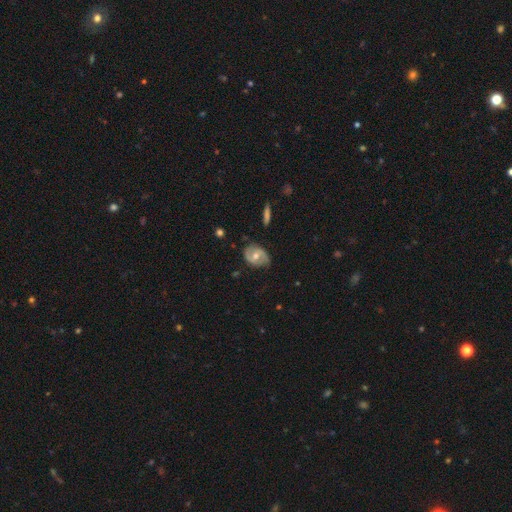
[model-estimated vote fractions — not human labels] Morphology: type=featured or disk (67%); edge-on=no (95%); bar=weak (43%); spiral arms=yes (82%); winding=medium (43%); arm count=2 (82%); bulge=moderate (72%); merging=none (72%).